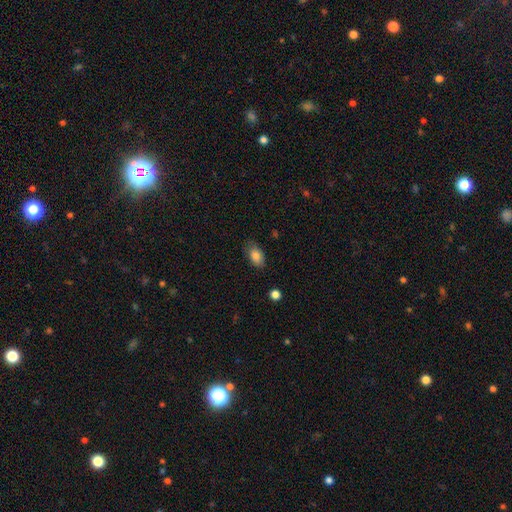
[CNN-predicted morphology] This is clearly a smooth galaxy (83%). How rounded: clearly in between (89%). Merging: likely none (75%).